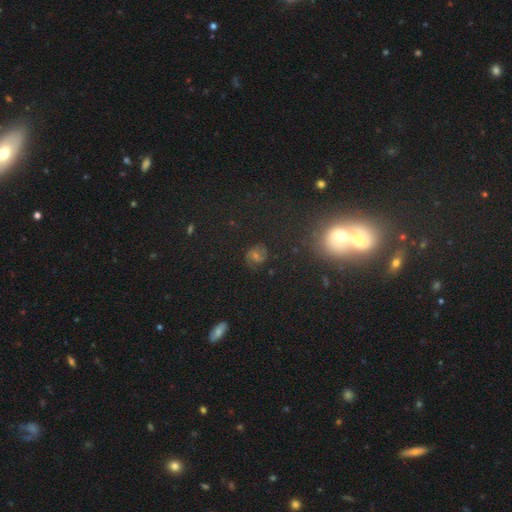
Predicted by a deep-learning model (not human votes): Smooth or featured?
  - smooth: 38% *
  - star or artifact: 32%
  - featured or disk: 30%
Merging?
  - none: 74% *
  - minor disturbance: 15%
  - major disturbance: 7%
  - merger: 4%